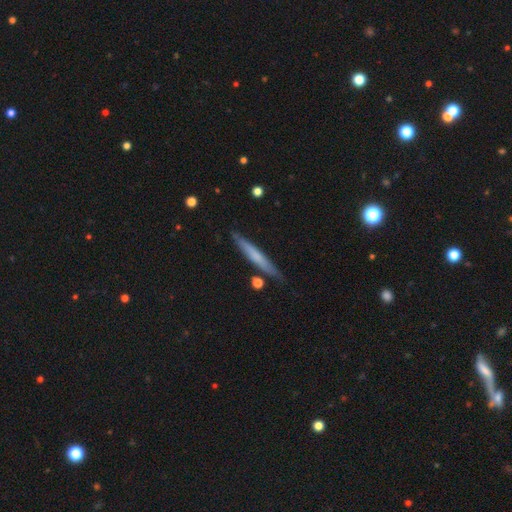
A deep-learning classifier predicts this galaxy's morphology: Overall: smooth (55%; featured or disk 39%). How rounded: cigar-shaped (95%). Merging: none (84%).